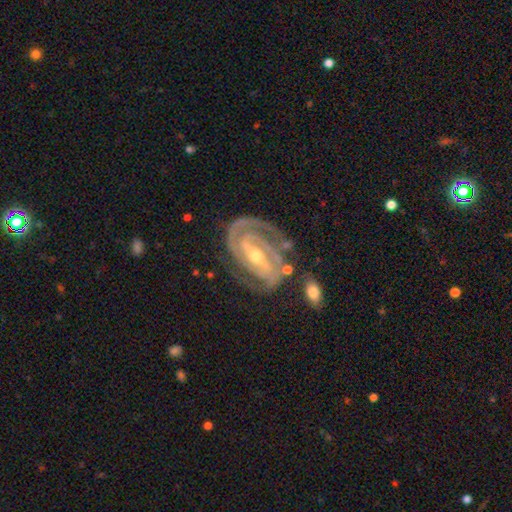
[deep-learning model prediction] A featured or disk galaxy (92%) with a strong bar (47%), 2 (72%) tight (71%) spiral arms (98%) and a moderate central bulge (51%).

Vote fractions:
- Smooth or featured? featured or disk: 92% / star or artifact: 5% / smooth: 3%
- Edge-on disk? no: 96% / yes: 4%
- Bar? strong: 47% / weak: 36% / no: 16%
- Spiral arms? yes: 98% / no: 2%
- Spiral winding? tight: 71% / medium: 25% / loose: 4%
- Spiral arm count? 2: 72% / 3: 14% / can't tell: 6% / 1: 3% / 4: 3% / more than 4: 2%
- Bulge size? moderate: 51% / small: 45% / large: 2% / none: 1% / dominant: 1%
- Merging? none: 71% / minor disturbance: 17% / major disturbance: 7% / merger: 5%